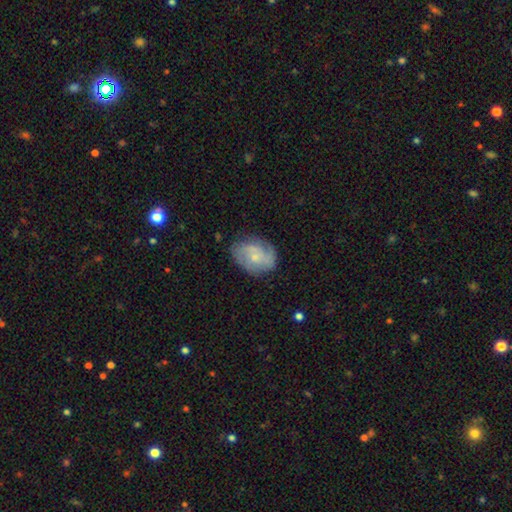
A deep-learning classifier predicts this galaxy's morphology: smooth_or_featured: featured or disk (p=0.58) [alt: smooth p=0.35]
disk_edge_on: no (p=0.97) [alt: yes p=0.03]
bar: no (p=0.75) [alt: weak p=0.22]
has_spiral_arms: yes (p=0.84) [alt: no p=0.16]
bulge_size: small (p=0.69) [alt: moderate p=0.25]
merging: none (p=0.68) [alt: minor disturbance p=0.23]